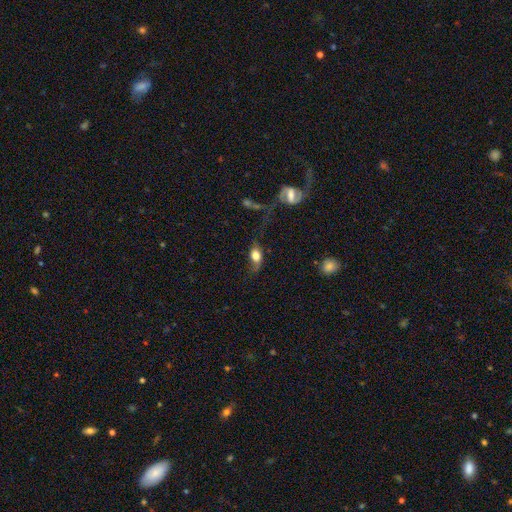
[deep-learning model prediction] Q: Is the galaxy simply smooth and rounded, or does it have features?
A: smooth — 56%.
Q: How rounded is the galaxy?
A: in between — 73%.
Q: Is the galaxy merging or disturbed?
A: none — 43%.